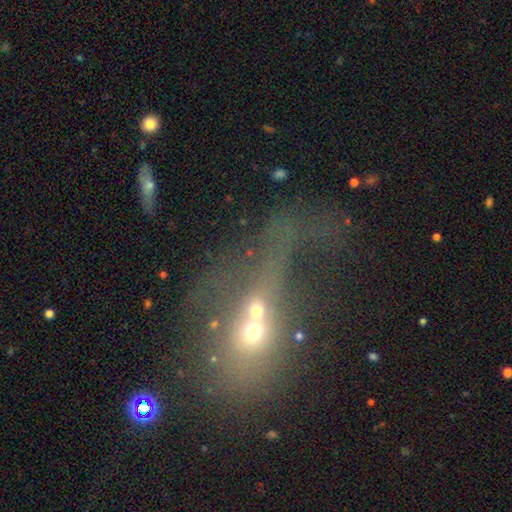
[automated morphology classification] smooth_or_featured: smooth (p=0.39) [alt: featured or disk p=0.36]
merging: merger (p=0.60) [alt: major disturbance p=0.22]